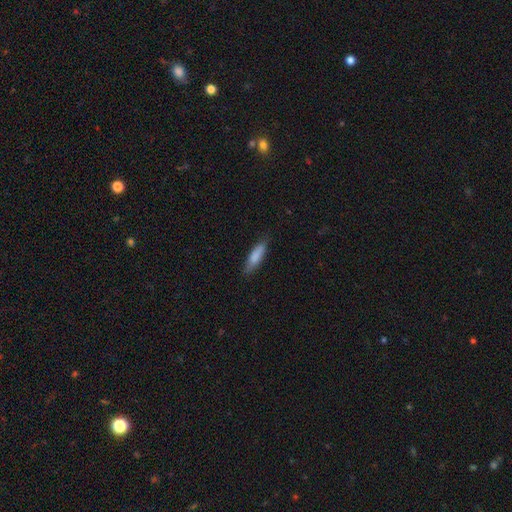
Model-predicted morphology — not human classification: This is clearly a smooth galaxy (82%). How rounded: likely cigar-shaped (65%). Merging: clearly none (82%).